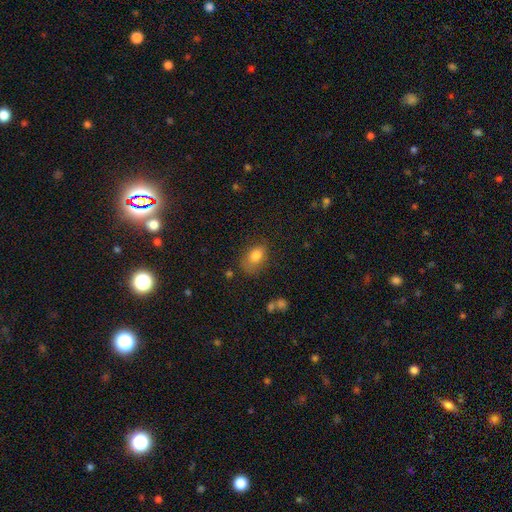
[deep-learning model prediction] A smooth galaxy with no disk features (81%) that is in between round and cigar-shaped (82%). Merging: none (58%).